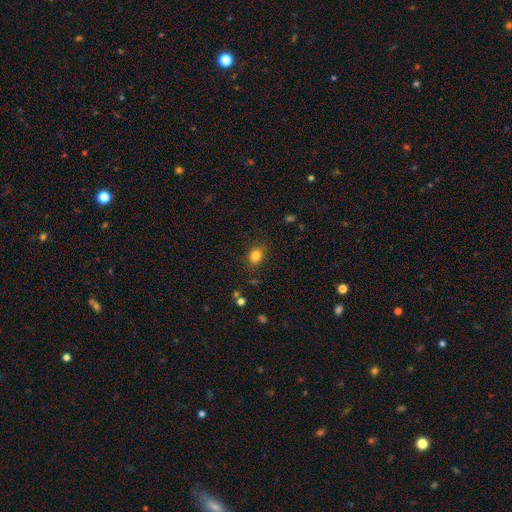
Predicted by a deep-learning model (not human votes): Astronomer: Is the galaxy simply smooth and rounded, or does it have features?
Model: smooth — 83%.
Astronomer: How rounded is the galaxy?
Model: in between — 58% (runner-up: round, 40%).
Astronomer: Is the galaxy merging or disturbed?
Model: none — 83%.